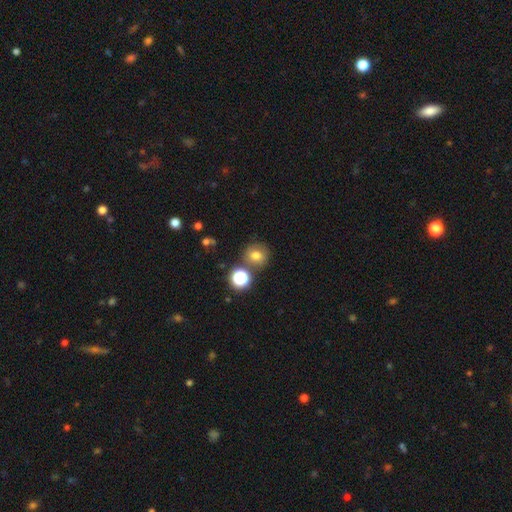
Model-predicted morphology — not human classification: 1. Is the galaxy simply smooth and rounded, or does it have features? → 68% smooth, 18% star or artifact, 14% featured or disk.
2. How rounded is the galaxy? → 85% round, 14% in between, 1% cigar-shaped.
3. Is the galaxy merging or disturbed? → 73% none, 12% minor disturbance, 11% merger, 4% major disturbance.